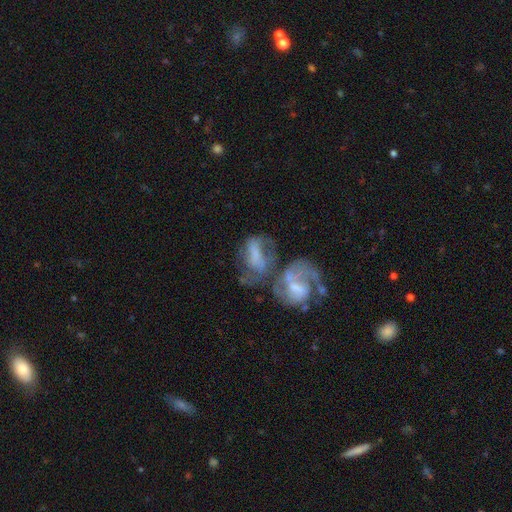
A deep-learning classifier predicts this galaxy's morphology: type=featured or disk (57%); edge-on=no (96%); bar=no (47%); spiral arms=yes (59%); bulge=none (43%); merging=merger (56%).